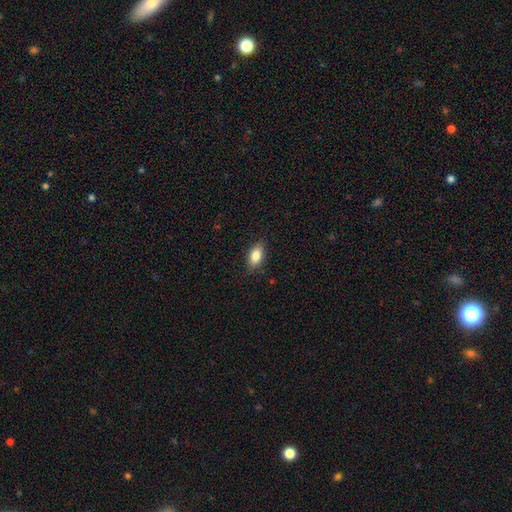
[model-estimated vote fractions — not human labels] This appears to be a smooth galaxy with no disk features (84%) that is in between round and cigar-shaped (88%). Merging: none (84%).